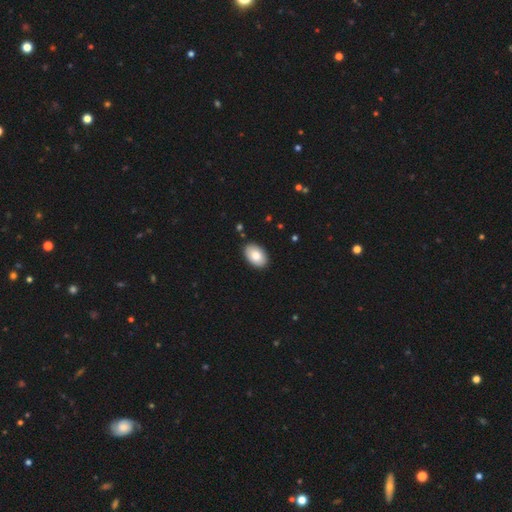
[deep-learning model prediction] A smooth galaxy with no disk features (84%) that is in between round and cigar-shaped (92%). Merging: none (89%).